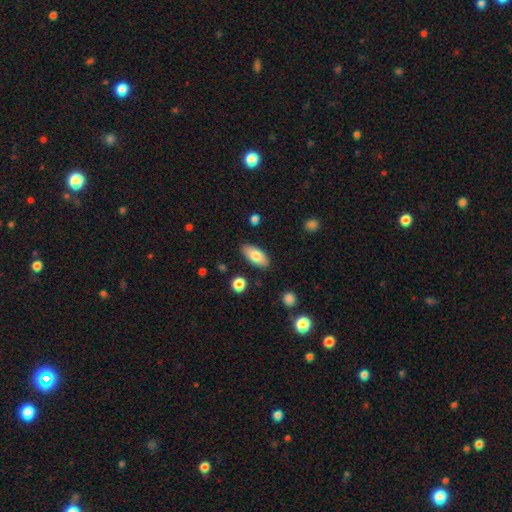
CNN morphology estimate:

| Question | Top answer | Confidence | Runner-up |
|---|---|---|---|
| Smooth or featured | smooth | 79% | featured or disk (14%) |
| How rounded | in between | 88% | cigar-shaped (10%) |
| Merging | none | 85% | minor disturbance (11%) |